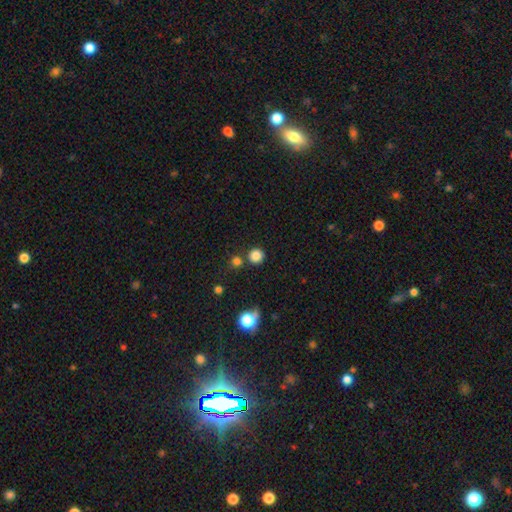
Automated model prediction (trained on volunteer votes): Smooth or featured: smooth — 83% (star or artifact — 13%)
How rounded: round — 93% (in between — 6%)
Merging: none — 79% (merger — 11%)